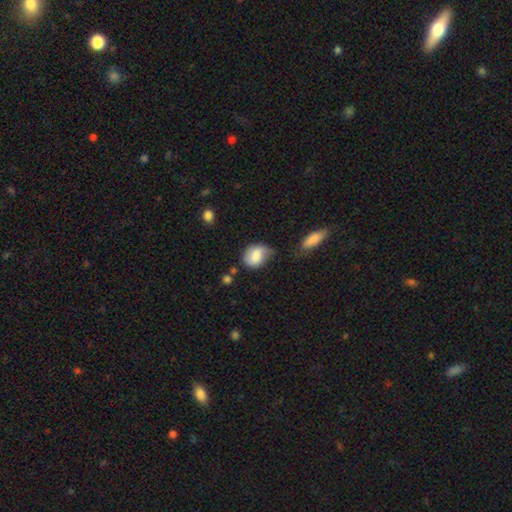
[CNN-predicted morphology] Overall: smooth (74%). How rounded: in between (61%; round 38%). Merging: none (46%; minor disturbance 36%).